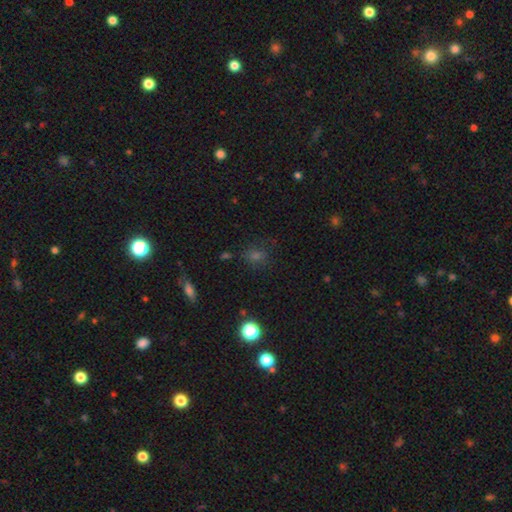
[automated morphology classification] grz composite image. It shows a smooth galaxy with no disk features (49%). Merging: none (77%).